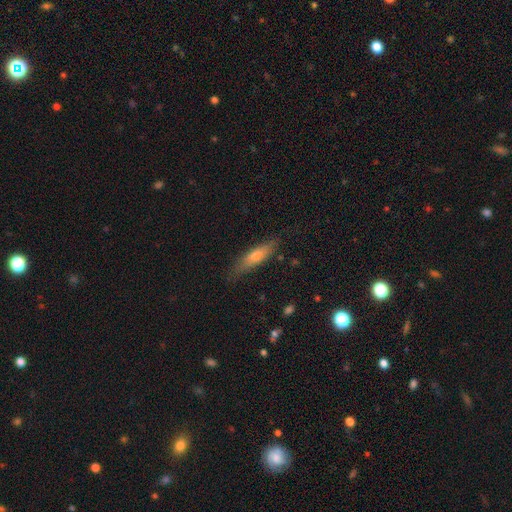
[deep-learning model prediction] Smooth or featured?
  - smooth: 55% *
  - featured or disk: 37%
  - star or artifact: 8%
How rounded?
  - cigar-shaped: 73% *
  - in between: 25%
  - round: 2%
Merging?
  - none: 80% *
  - minor disturbance: 15%
  - major disturbance: 3%
  - merger: 1%